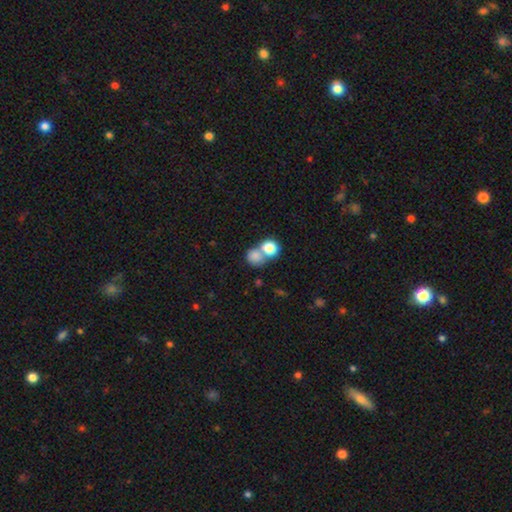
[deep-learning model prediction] smooth 79%, star or artifact 11%, featured or disk 10%. Down the decision tree: how rounded — round (76%); merging — merger (52%).